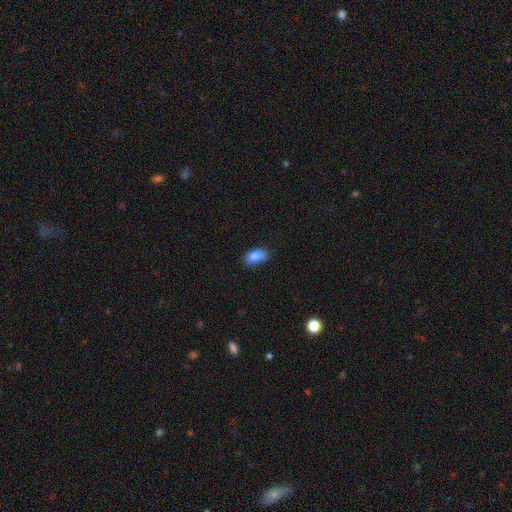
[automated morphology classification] Overall: smooth (84%). How rounded: in between (89%). Merging: none (62%; minor disturbance 29%).